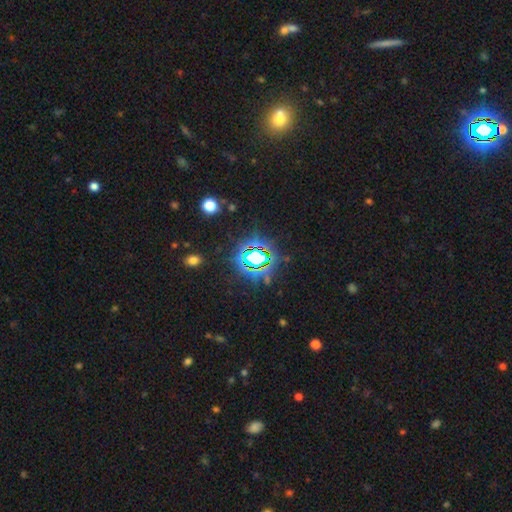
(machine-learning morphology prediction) A star or artifact, not a galaxy (75%).